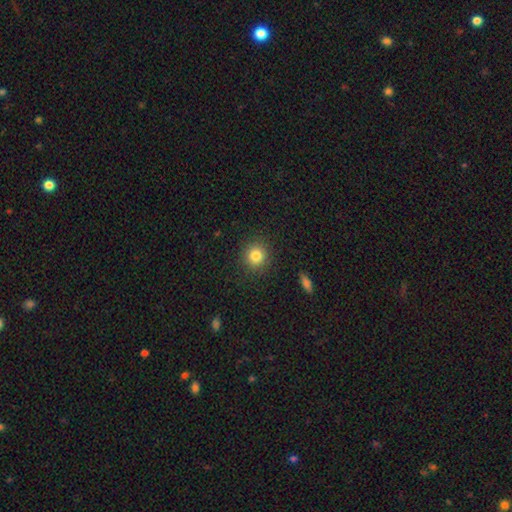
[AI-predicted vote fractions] Overall: smooth (83%). How rounded: round (89%). Merging: none (89%).